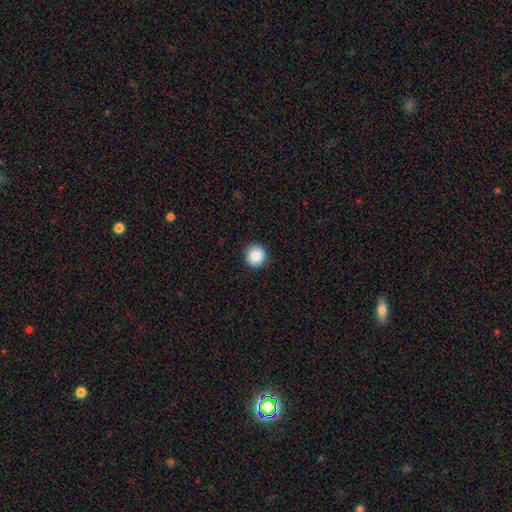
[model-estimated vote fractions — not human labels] This appears to be a smooth galaxy with no disk features (84%) that is round (95%). Merging: none (92%).